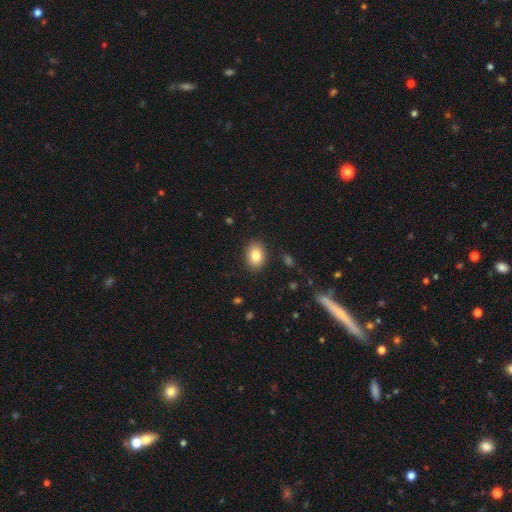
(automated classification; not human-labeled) This is clearly a smooth galaxy (84%). How rounded: likely in between (74%). Merging: clearly none (88%).